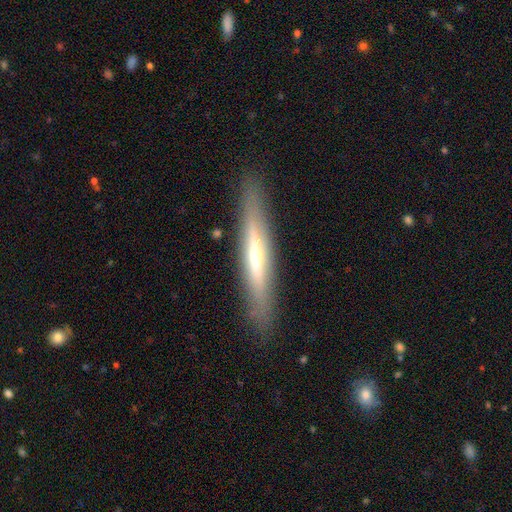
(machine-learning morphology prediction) Smooth or featured? Predicted: featured or disk (p=0.60). Edge-on disk? Predicted: yes (p=0.90). Edge-on bulge? Predicted: rounded (p=0.54). Merging? Predicted: none (p=0.88).